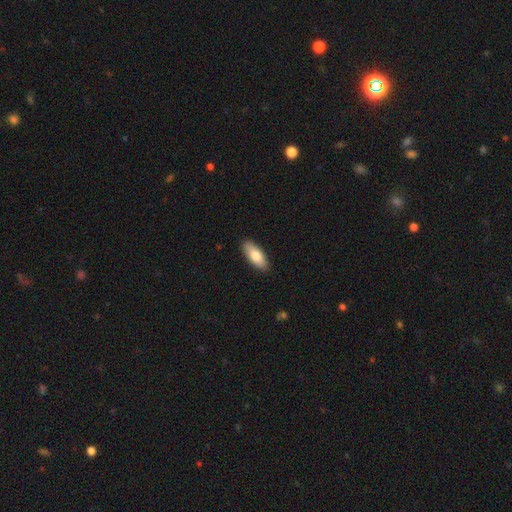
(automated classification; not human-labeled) Smooth or featured? Predicted: smooth (p=0.80). How rounded? Predicted: in between (p=0.78). Merging? Predicted: none (p=0.89).